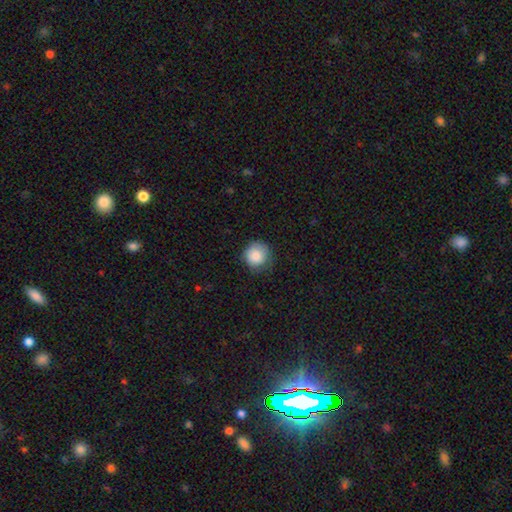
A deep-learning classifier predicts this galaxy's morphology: smooth-or-featured: smooth: 87% | star or artifact: 8% | featured or disk: 5%
  how-rounded: round: 92% | in between: 7% | cigar-shaped: 1%
  merging: none: 77% | minor disturbance: 17% | major disturbance: 4% | merger: 1%